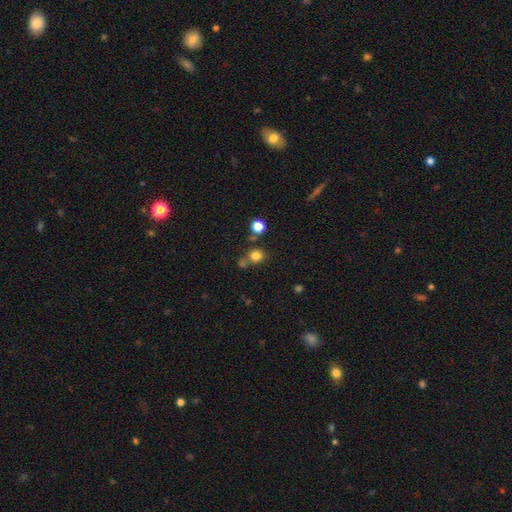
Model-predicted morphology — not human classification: Overall: smooth (79%). How rounded: round (82%). Merging: none (67%).